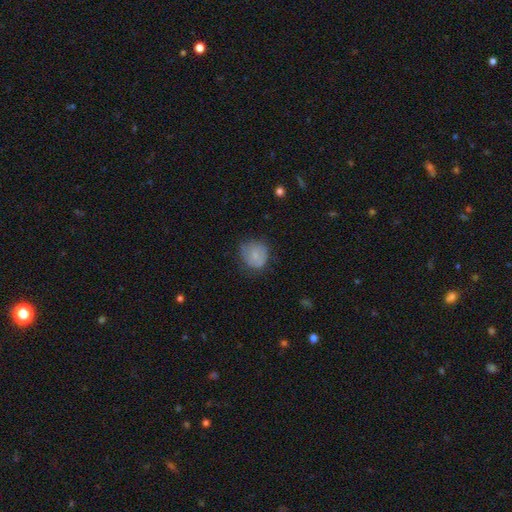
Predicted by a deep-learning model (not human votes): Morphology: type=smooth (73%); roundness=round (81%); merging=none (60%).